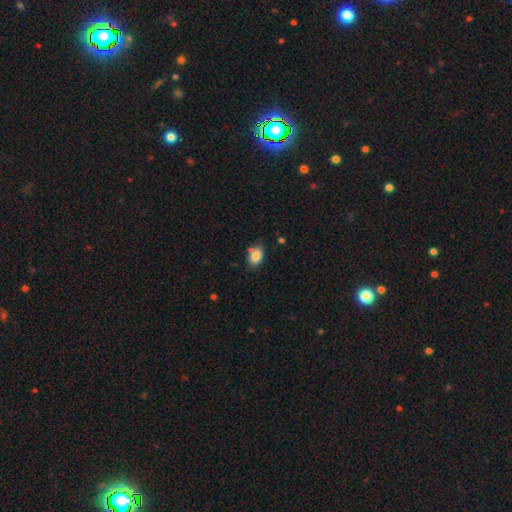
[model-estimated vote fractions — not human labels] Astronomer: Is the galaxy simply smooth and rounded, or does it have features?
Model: smooth — 84%.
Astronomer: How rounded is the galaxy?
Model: in between — 86%.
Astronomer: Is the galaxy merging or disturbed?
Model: none — 73%.